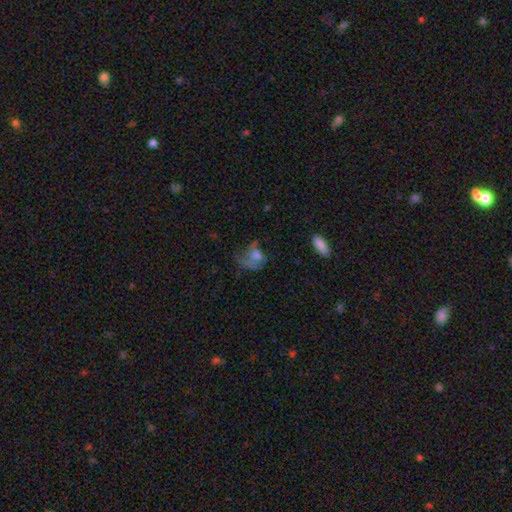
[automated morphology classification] Smooth or featured: smooth — 48% (featured or disk — 39%)
Merging: major disturbance — 46% (none — 28%)